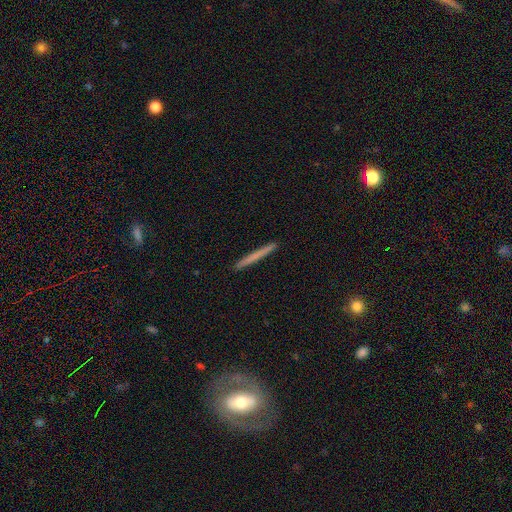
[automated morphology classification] Smooth or featured? Predicted: smooth (p=0.65). How rounded? Predicted: cigar-shaped (p=0.97). Merging? Predicted: none (p=0.93).